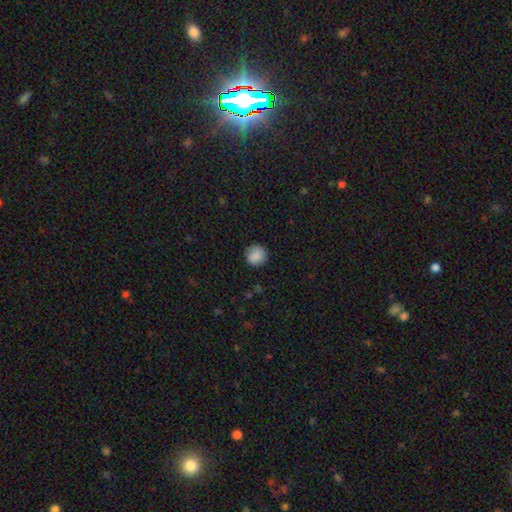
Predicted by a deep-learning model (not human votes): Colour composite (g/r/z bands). It shows a smooth galaxy with no disk features (87%) that is round (91%). Merging: none (88%).